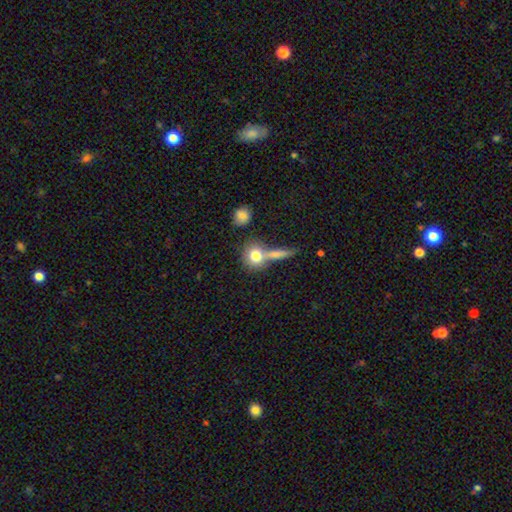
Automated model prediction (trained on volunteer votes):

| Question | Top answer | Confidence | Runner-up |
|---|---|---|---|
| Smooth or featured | smooth | 76% | featured or disk (15%) |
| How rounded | round | 78% | in between (18%) |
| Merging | none | 50% | merger (34%) |